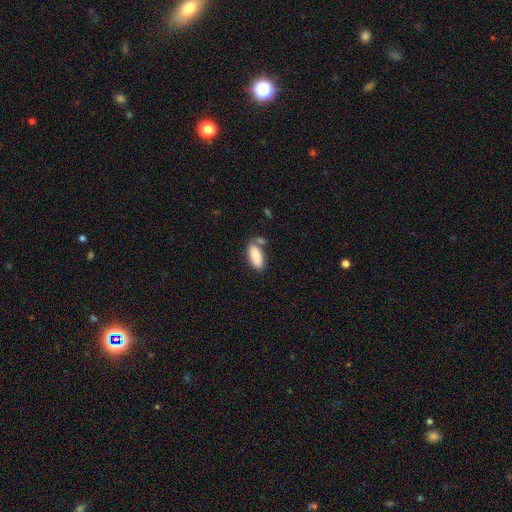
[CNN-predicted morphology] A smooth galaxy with no disk features (86%) that is in between round and cigar-shaped (80%). Merging: none (61%).